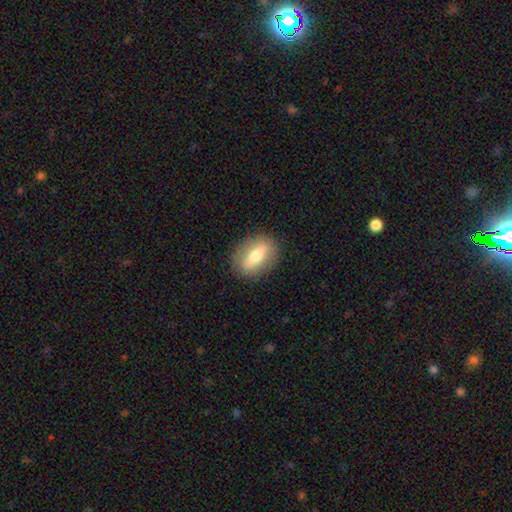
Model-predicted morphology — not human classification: Smooth or featured? smooth (55%)
How rounded? in between (71%)
Merging? none (87%)